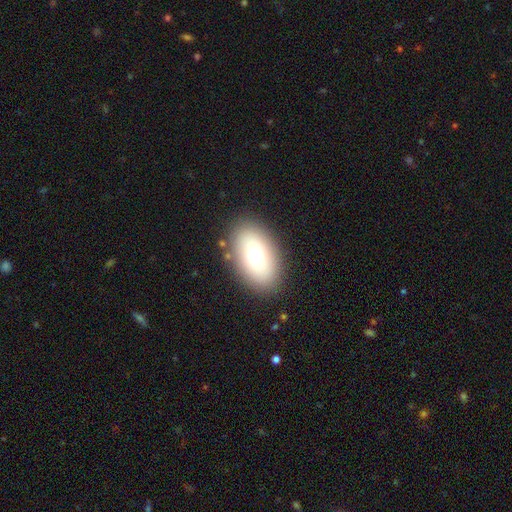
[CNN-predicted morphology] type=smooth (70%); roundness=in between (89%); merging=none (86%).